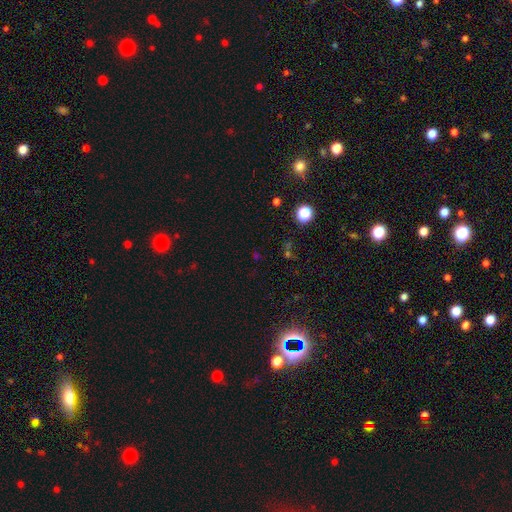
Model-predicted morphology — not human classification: Smooth or featured? Predicted: star or artifact (p=0.62).